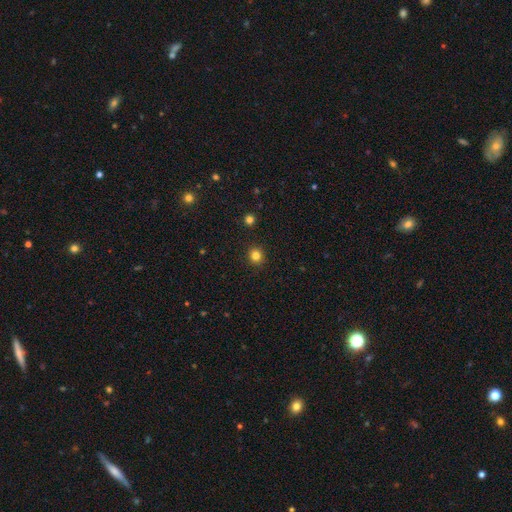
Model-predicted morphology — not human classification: smooth_or_featured: smooth (p=0.82) [alt: star or artifact p=0.14]
how_rounded: round (p=0.89) [alt: in between p=0.10]
merging: none (p=0.92) [alt: minor disturbance p=0.05]